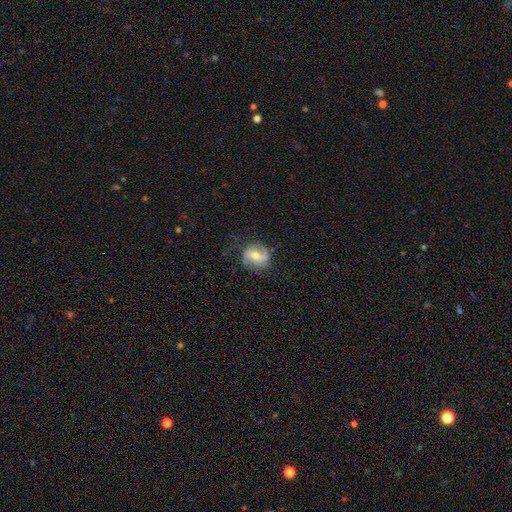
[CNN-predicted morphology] This appears to be a featured or disk galaxy (61%) with a weak bar (43%), 2 (81%) medium (41%) spiral arms (86%) and a moderate central bulge (63%). Merging: none (72%).